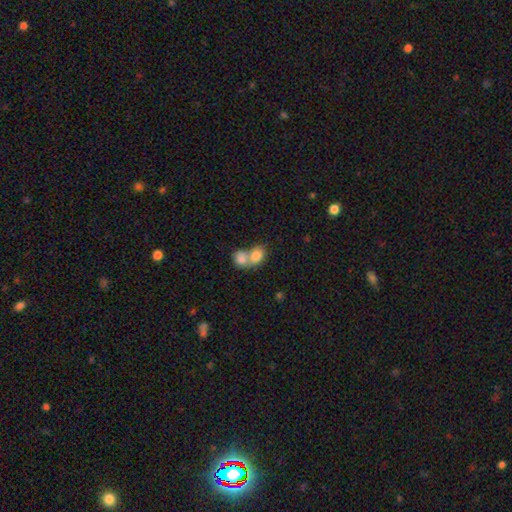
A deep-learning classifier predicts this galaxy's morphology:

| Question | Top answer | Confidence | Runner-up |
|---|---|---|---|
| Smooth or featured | smooth | 79% | featured or disk (13%) |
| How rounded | in between | 57% | round (42%) |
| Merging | merger | 73% | none (19%) |